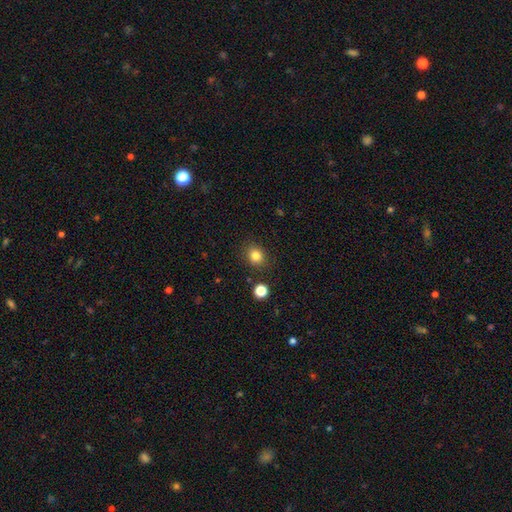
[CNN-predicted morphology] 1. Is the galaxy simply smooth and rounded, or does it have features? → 82% smooth, 12% star or artifact, 6% featured or disk.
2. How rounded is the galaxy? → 67% round, 32% in between, 1% cigar-shaped.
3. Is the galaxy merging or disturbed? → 85% none, 9% minor disturbance, 3% major disturbance, 3% merger.